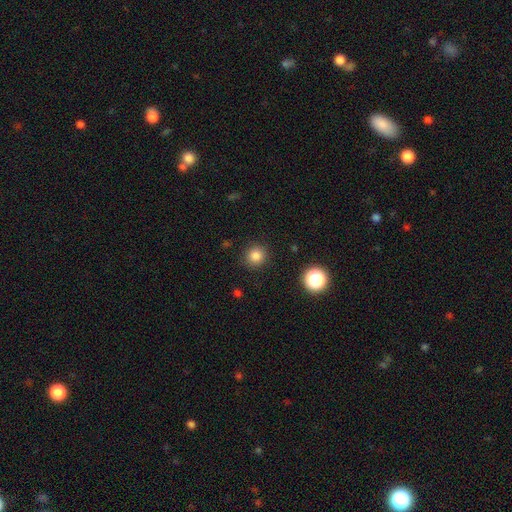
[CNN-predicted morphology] Smooth or featured?
  - smooth: 82% *
  - star or artifact: 13%
  - featured or disk: 5%
How rounded?
  - round: 90% *
  - in between: 9%
  - cigar-shaped: 1%
Merging?
  - none: 89% *
  - minor disturbance: 7%
  - major disturbance: 3%
  - merger: 1%